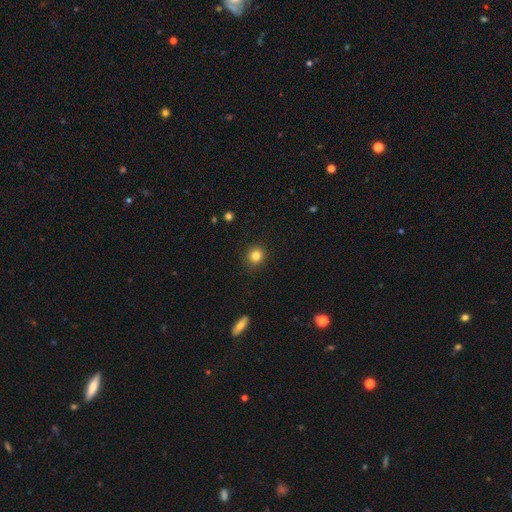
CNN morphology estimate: Smooth or featured? smooth (83%)
How rounded? round (88%)
Merging? none (91%)